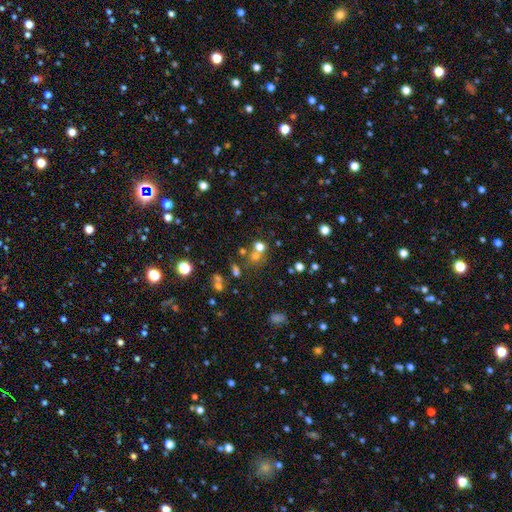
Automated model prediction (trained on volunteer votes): Smooth or featured: smooth — 51% (star or artifact — 35%)
How rounded: round — 79% (in between — 19%)
Merging: none — 55% (merger — 32%)